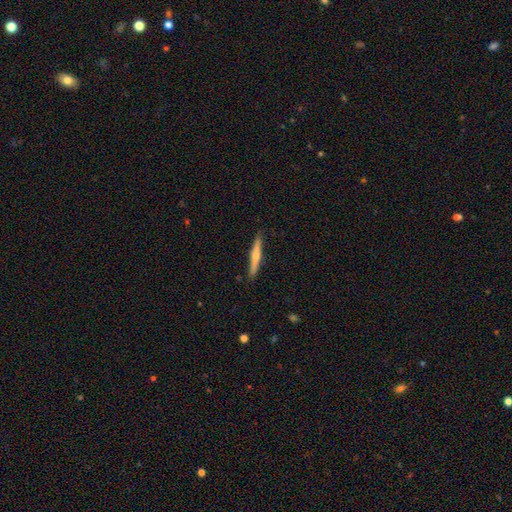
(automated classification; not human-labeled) Smooth or featured?
  - smooth: 49% *
  - featured or disk: 46%
  - star or artifact: 5%
Merging?
  - none: 89% *
  - minor disturbance: 8%
  - major disturbance: 2%
  - merger: 1%